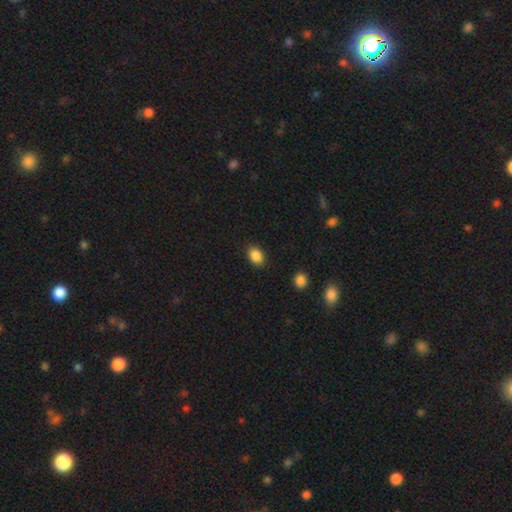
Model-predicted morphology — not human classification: A smooth galaxy with no disk features (88%) that is in between round and cigar-shaped (69%).

Vote fractions:
- Smooth or featured? smooth: 88% / star or artifact: 9% / featured or disk: 3%
- How rounded? in between: 69% / round: 30% / cigar-shaped: 1%
- Merging? none: 86% / minor disturbance: 10% / major disturbance: 3% / merger: 1%